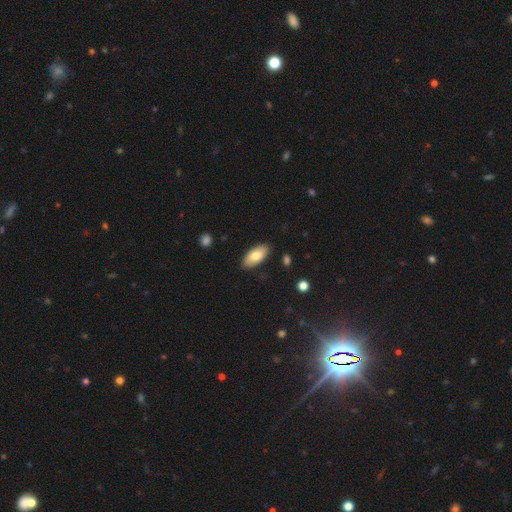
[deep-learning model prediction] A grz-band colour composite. It shows a smooth galaxy with no disk features (78%) that is in between round and cigar-shaped (91%). Merging: none (86%).